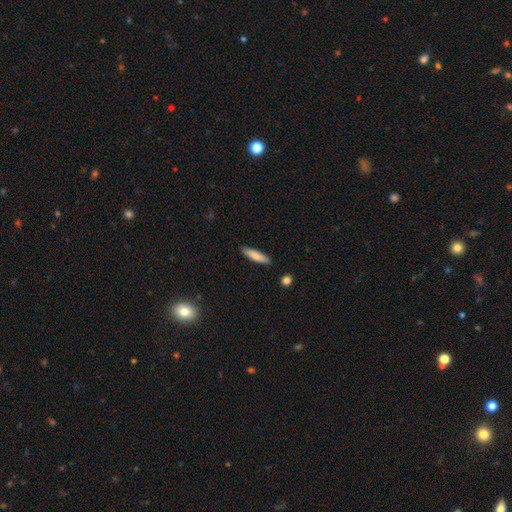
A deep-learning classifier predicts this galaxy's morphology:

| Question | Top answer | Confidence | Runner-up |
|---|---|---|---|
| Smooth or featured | smooth | 80% | featured or disk (14%) |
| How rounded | cigar-shaped | 76% | in between (22%) |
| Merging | none | 89% | minor disturbance (8%) |